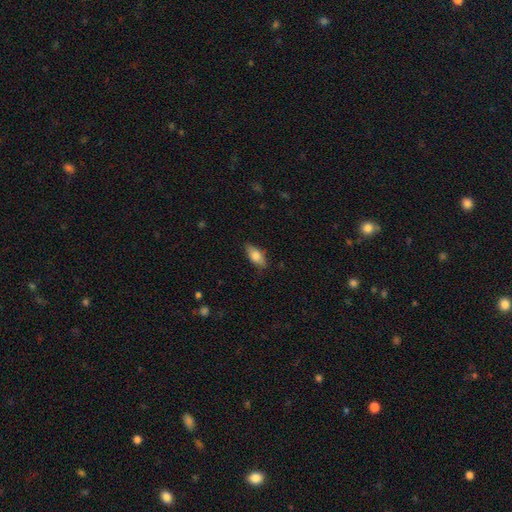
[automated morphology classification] The model was most divided on "merging": none: 79%, minor disturbance: 17%, major disturbance: 3%, merger: 1%. More confident: how rounded — in between (85%); smooth or featured — smooth (78%).